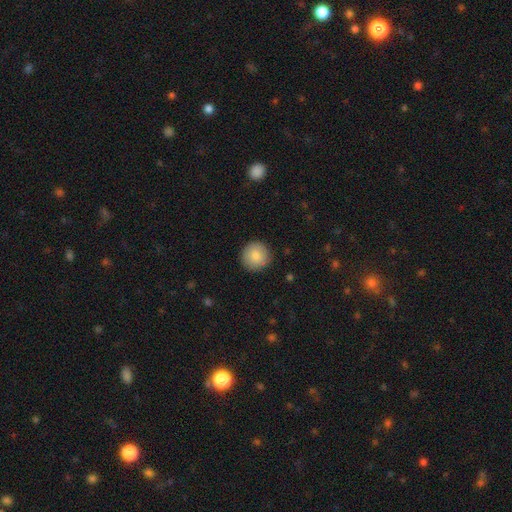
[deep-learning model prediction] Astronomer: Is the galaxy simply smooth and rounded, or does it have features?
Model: smooth — 85%.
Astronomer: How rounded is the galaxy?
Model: round — 95%.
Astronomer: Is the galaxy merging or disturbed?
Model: none — 89%.